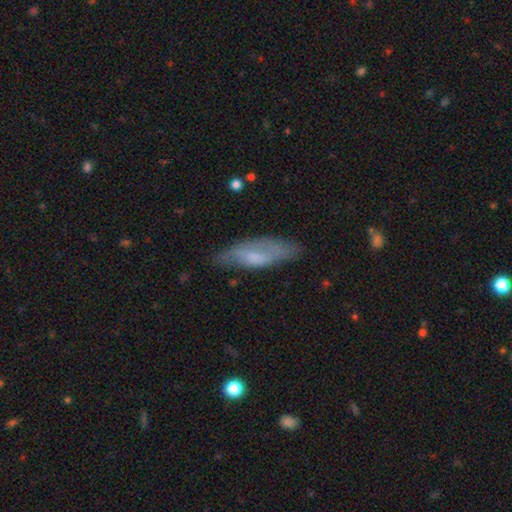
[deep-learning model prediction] Q: Smooth or featured?
A: smooth (55%); runner-up: featured or disk (38%)
Q: How rounded?
A: in between (55%); runner-up: cigar-shaped (43%)
Q: Merging?
A: none (64%); runner-up: minor disturbance (25%)